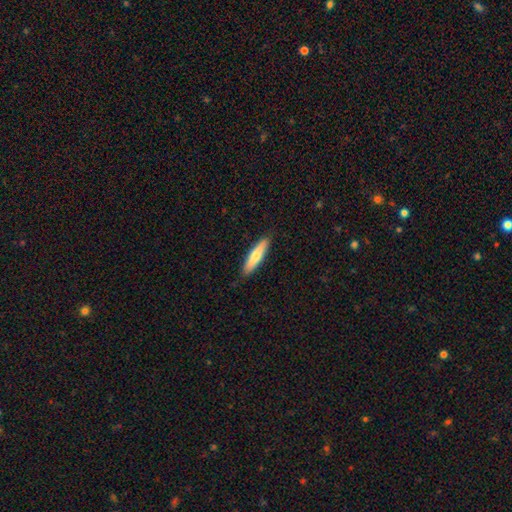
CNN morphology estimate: Overall: smooth (71%). How rounded: cigar-shaped (78%). Merging: none (87%).